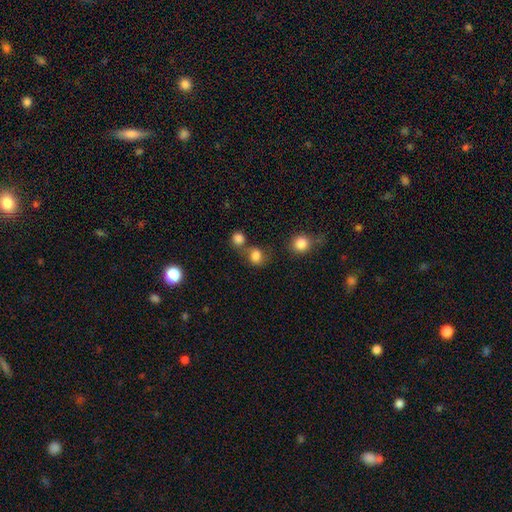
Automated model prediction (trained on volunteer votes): This is likely a smooth galaxy (79%). How rounded: likely round (69%). Merging: possibly none (50%).